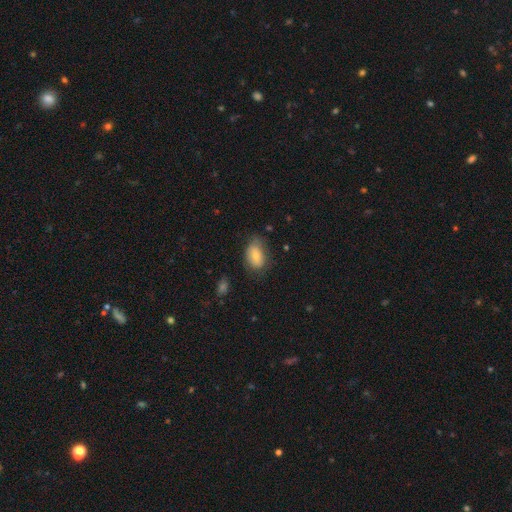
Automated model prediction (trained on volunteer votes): A smooth galaxy with no disk features (76%) that is in between round and cigar-shaped (87%). Merging: none (61%).